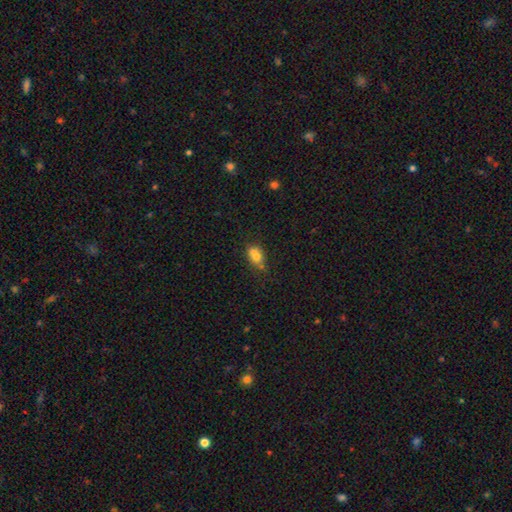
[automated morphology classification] A smooth galaxy with no disk features (68%) that is in between round and cigar-shaped (55%).

Vote fractions:
- Smooth or featured? smooth: 68% / featured or disk: 20% / star or artifact: 13%
- How rounded? in between: 55% / round: 42% / cigar-shaped: 3%
- Merging? merger: 49% / none: 33% / minor disturbance: 13% / major disturbance: 5%